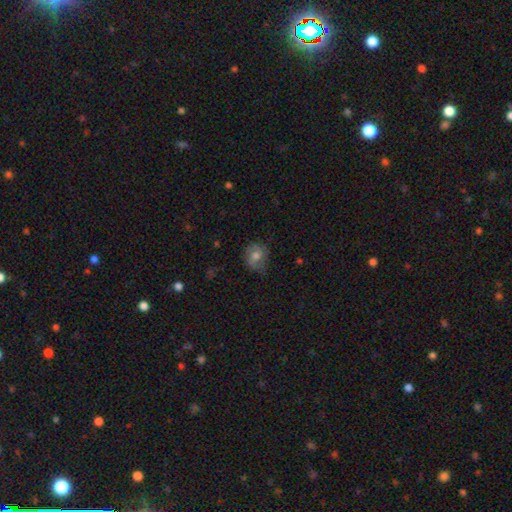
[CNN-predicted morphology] This is possibly a smooth galaxy (59%). How rounded: likely round (72%). Merging: possibly none (60%).